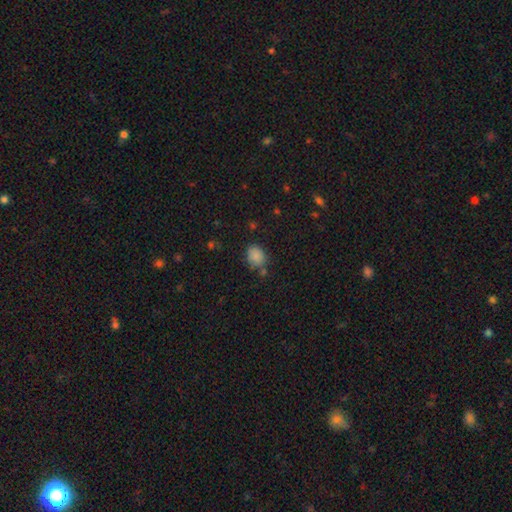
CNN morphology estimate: The model was most divided on "how rounded": in between: 54%, round: 45%, cigar-shaped: 1%. More confident: smooth or featured — smooth (85%); merging — none (71%).